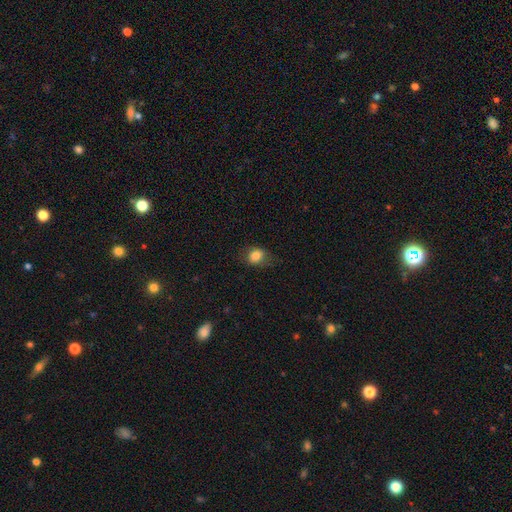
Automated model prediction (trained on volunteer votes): smooth-or-featured: smooth: 82% | star or artifact: 9% | featured or disk: 8%
  how-rounded: in between: 57% | round: 42% | cigar-shaped: 1%
  merging: none: 69% | minor disturbance: 21% | major disturbance: 8% | merger: 1%